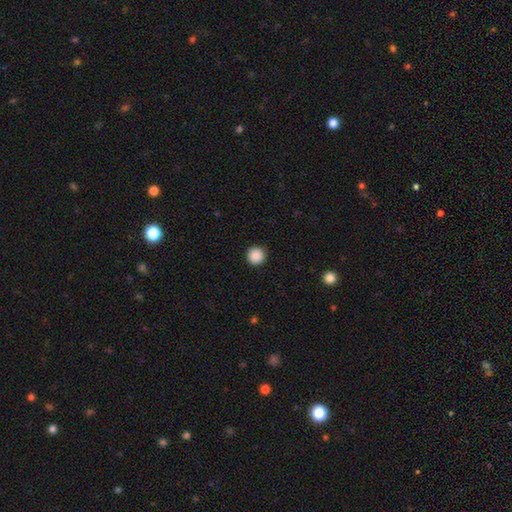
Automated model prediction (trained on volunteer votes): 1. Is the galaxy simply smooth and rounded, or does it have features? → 89% smooth, 9% star or artifact, 2% featured or disk.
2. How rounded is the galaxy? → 96% round, 3% in between, 1% cigar-shaped.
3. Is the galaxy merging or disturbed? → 93% none, 4% minor disturbance, 2% major disturbance, 1% merger.